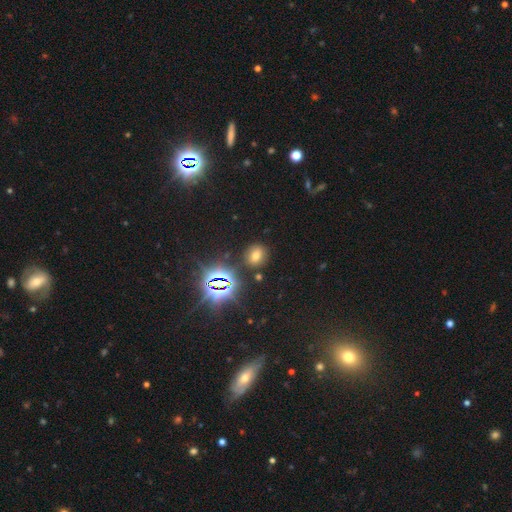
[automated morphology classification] Smooth or featured? Predicted: smooth (p=0.56). How rounded? Predicted: round (p=0.68). Merging? Predicted: none (p=0.86).